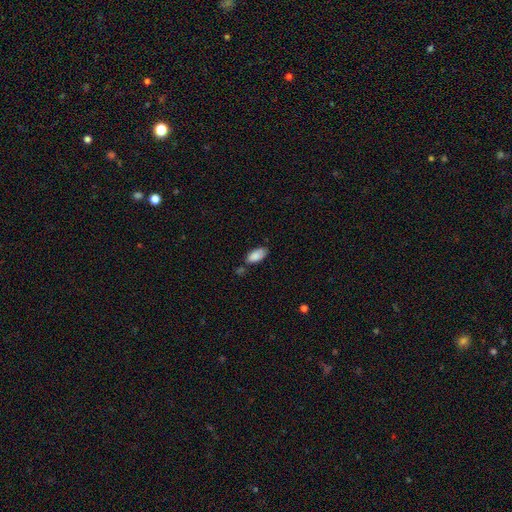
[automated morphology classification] Q: Smooth or featured?
A: smooth (86%); runner-up: featured or disk (7%)
Q: How rounded?
A: in between (91%); runner-up: cigar-shaped (7%)
Q: Merging?
A: none (61%); runner-up: minor disturbance (24%)